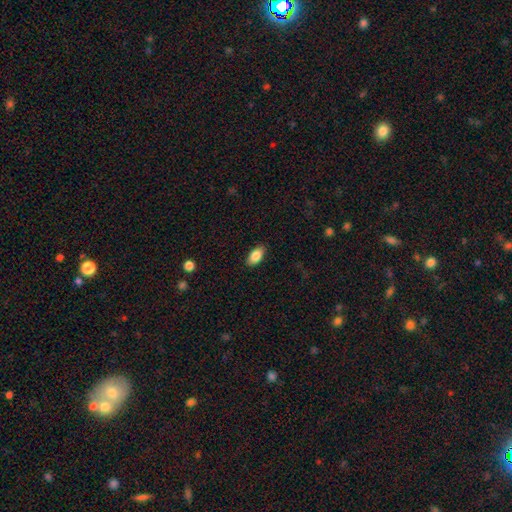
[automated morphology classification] Overall: smooth (86%). How rounded: in between (93%). Merging: none (87%).